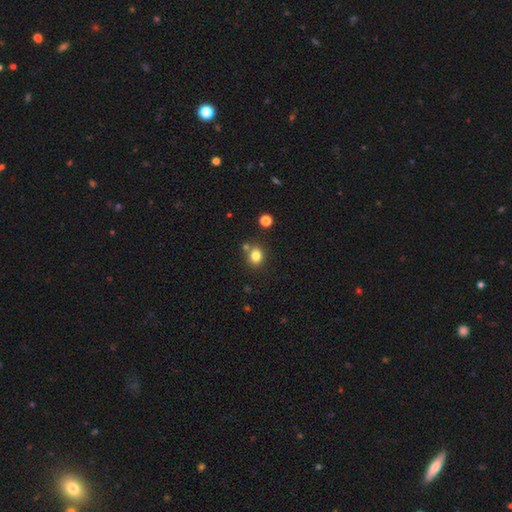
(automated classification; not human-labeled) A smooth galaxy with no disk features (82%) that is round (65%).

Vote fractions:
- Smooth or featured? smooth: 82% / star or artifact: 12% / featured or disk: 6%
- How rounded? round: 65% / in between: 34% / cigar-shaped: 1%
- Merging? none: 72% / merger: 14% / minor disturbance: 11% / major disturbance: 3%